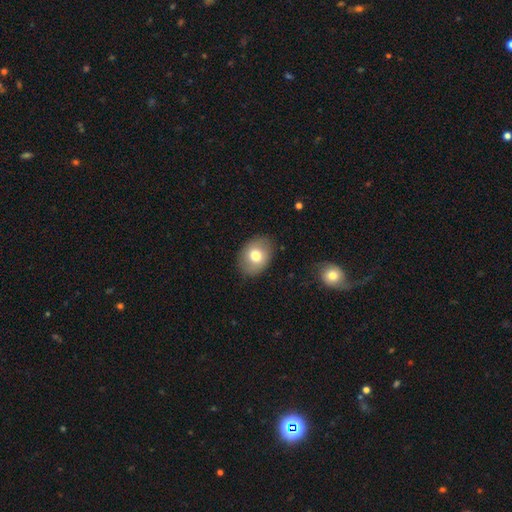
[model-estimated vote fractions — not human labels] Smooth or featured: smooth — 75% (featured or disk — 17%)
How rounded: in between — 66% (round — 33%)
Merging: none — 85% (minor disturbance — 11%)